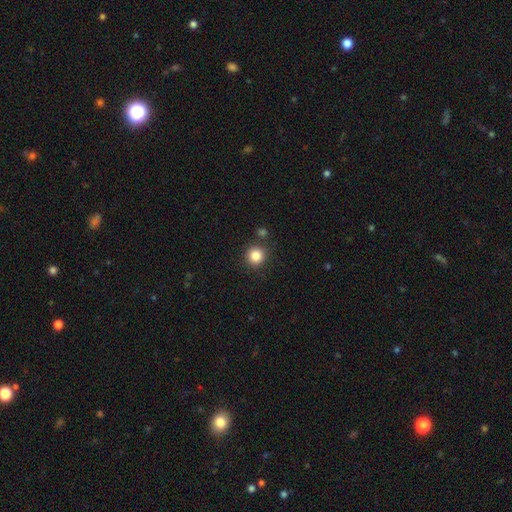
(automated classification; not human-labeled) smooth_or_featured: smooth (p=0.85) [alt: star or artifact p=0.11]
how_rounded: round (p=0.93) [alt: in between p=0.06]
merging: none (p=0.85) [alt: minor disturbance p=0.08]